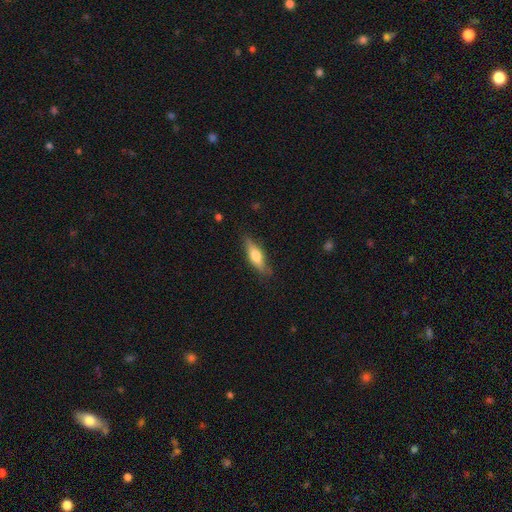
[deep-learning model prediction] A smooth galaxy with no disk features (55%) that is cigar-shaped (56%).

Vote fractions:
- Smooth or featured? smooth: 55% / featured or disk: 39% / star or artifact: 6%
- How rounded? cigar-shaped: 56% / in between: 41% / round: 3%
- Merging? none: 81% / minor disturbance: 15% / major disturbance: 3% / merger: 1%